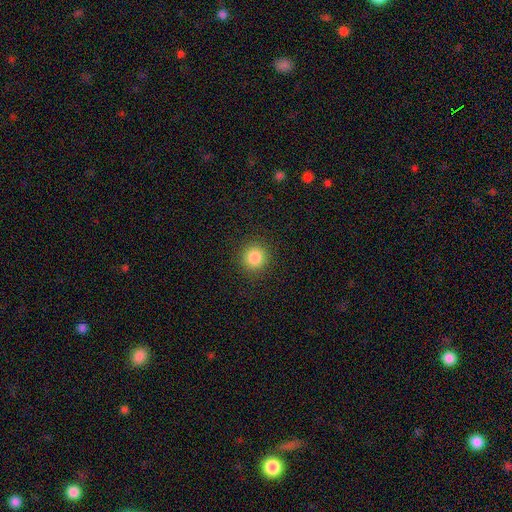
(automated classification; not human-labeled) smooth 85%, star or artifact 11%, featured or disk 4%. Down the decision tree: how rounded — round (91%); merging — none (91%).